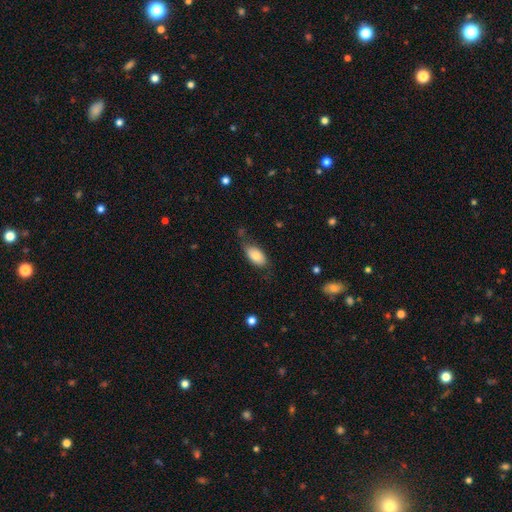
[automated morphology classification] The model was most divided on "merging": none: 65%, minor disturbance: 25%, major disturbance: 7%, merger: 3%. More confident: how rounded — in between (93%); smooth or featured — smooth (78%).